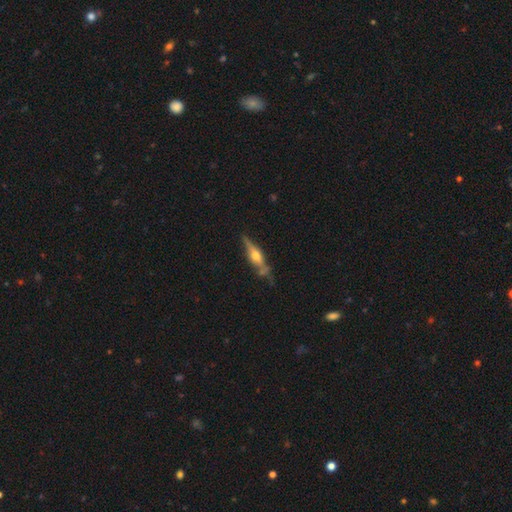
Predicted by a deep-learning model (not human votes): Q: Smooth or featured?
A: featured or disk (67%); runner-up: smooth (26%)
Q: Edge-on disk?
A: yes (93%); runner-up: no (7%)
Q: Edge-on bulge?
A: rounded (90%); runner-up: boxy (7%)
Q: Merging?
A: none (69%); runner-up: minor disturbance (19%)